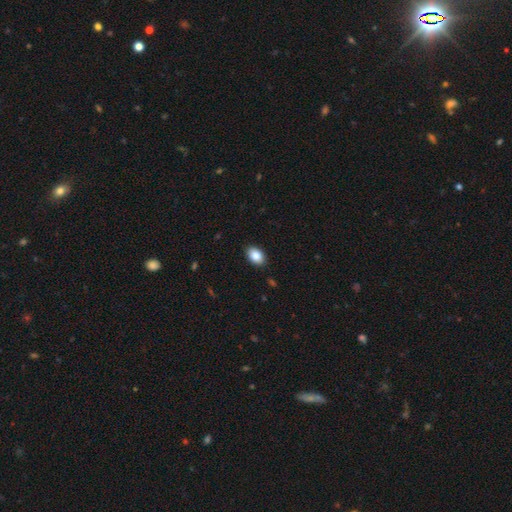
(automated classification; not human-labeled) Morphology: type=smooth (88%); roundness=in between (88%); merging=none (89%).